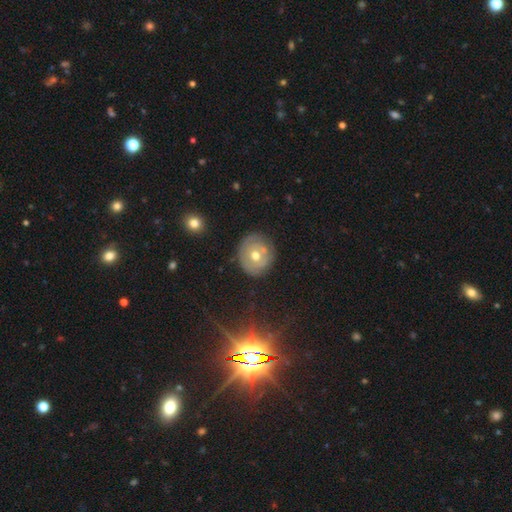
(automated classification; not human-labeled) This appears to be a featured or disk galaxy (51%). Merging: none (74%).